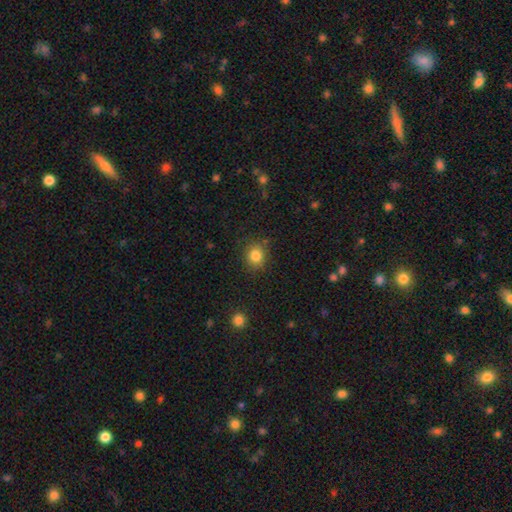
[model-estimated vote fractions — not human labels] smooth_or_featured: smooth (p=0.83) [alt: star or artifact p=0.11]
how_rounded: round (p=0.77) [alt: in between p=0.22]
merging: none (p=0.82) [alt: minor disturbance p=0.12]